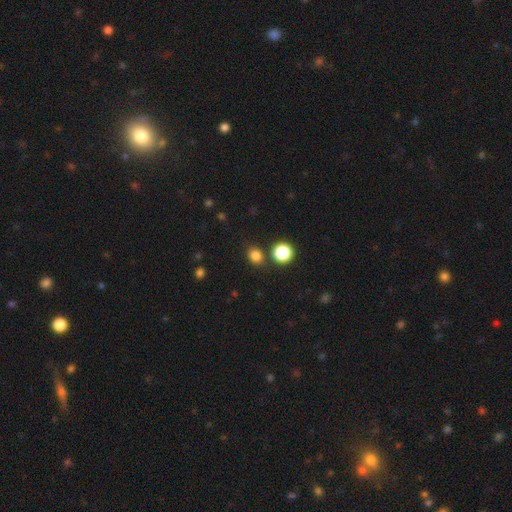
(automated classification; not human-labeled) A smooth galaxy with no disk features (81%) that is round (66%). Merging: none (81%).